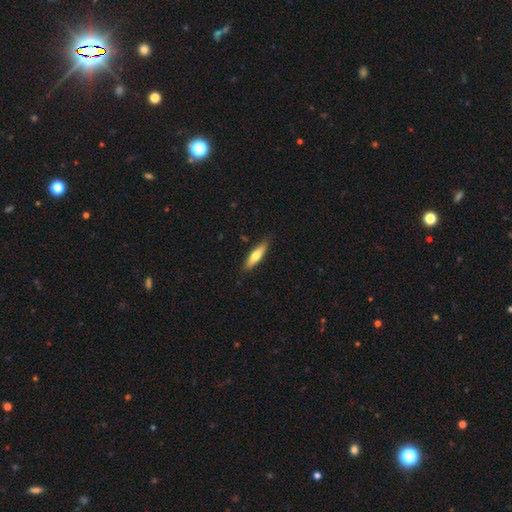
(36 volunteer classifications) Volunteers were most divided on "smooth or featured": smooth: 67%, featured or disk: 31%, star or artifact: 3%. More confident: how rounded — cigar-shaped (88%); merging — none (83%).